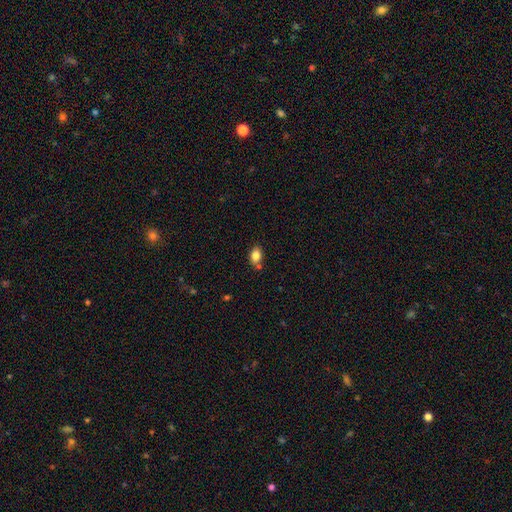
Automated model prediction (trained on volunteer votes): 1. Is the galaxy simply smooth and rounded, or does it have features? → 84% smooth, 9% star or artifact, 7% featured or disk.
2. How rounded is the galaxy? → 77% in between, 22% round, 1% cigar-shaped.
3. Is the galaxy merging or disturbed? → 70% none, 14% minor disturbance, 13% merger, 3% major disturbance.